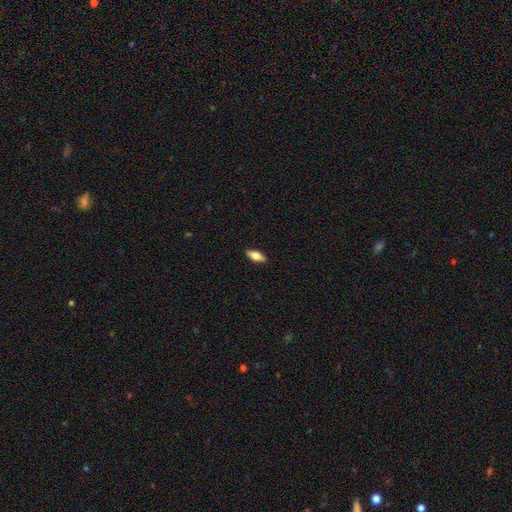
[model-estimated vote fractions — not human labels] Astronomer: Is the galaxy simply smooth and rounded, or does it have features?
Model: smooth — 69%.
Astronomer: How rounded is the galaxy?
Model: in between — 78%.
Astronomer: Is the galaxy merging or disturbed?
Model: none — 89%.